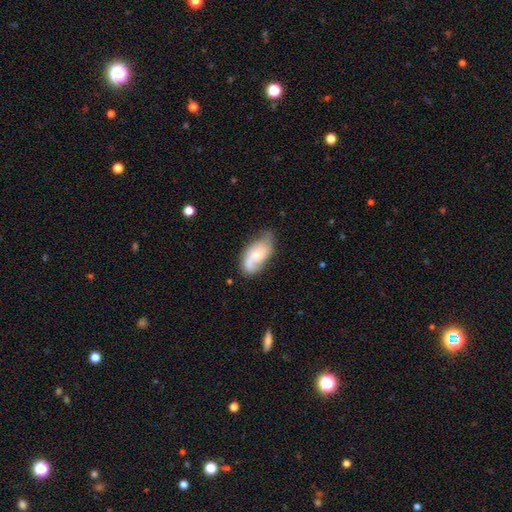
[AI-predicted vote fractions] Overall: featured or disk (55%; smooth 38%). Edge-on disk: no (94%). Bar: no (65%; weak 29%). Spiral arms: yes (84%). Bulge size: moderate (47%; small 42%). Merging: none (52%; minor disturbance 31%).